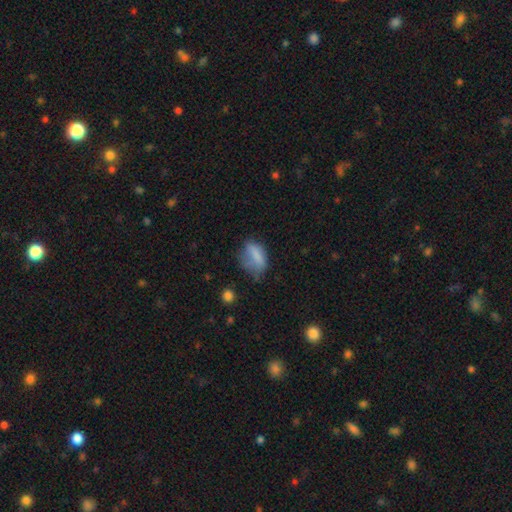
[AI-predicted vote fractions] Morphology: type=smooth (73%); roundness=in between (80%); merging=none (35%).